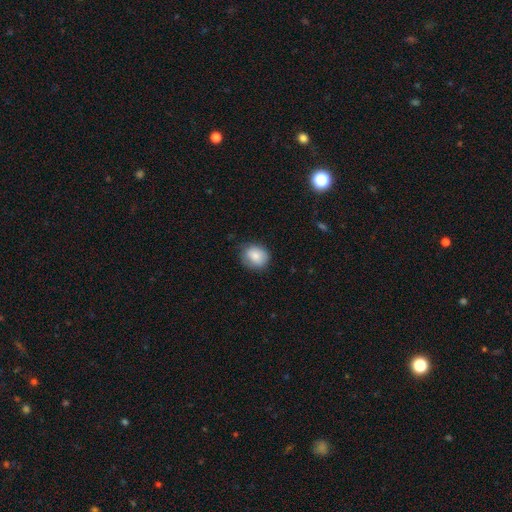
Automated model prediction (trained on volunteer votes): Smooth or featured? Predicted: smooth (p=0.83). How rounded? Predicted: round (p=0.61). Merging? Predicted: none (p=0.71).